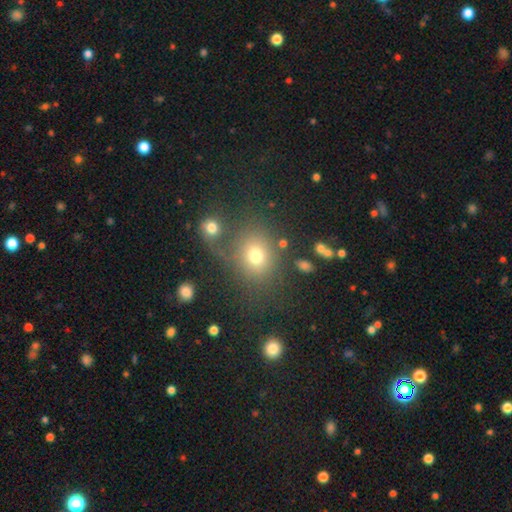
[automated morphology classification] Smooth or featured: smooth — 72% (star or artifact — 16%)
How rounded: round — 66% (in between — 32%)
Merging: none — 60% (merger — 19%)